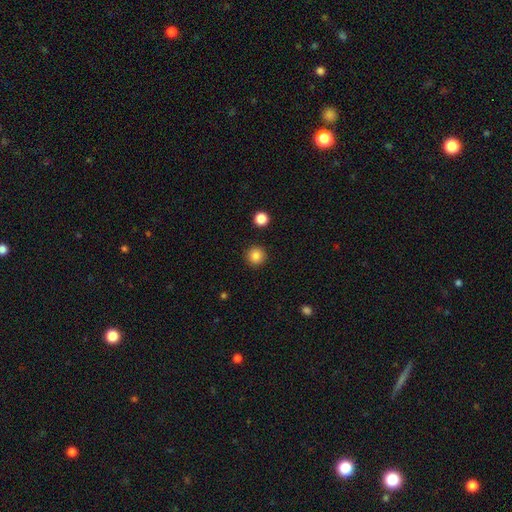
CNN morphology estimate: This is clearly a smooth galaxy (86%). How rounded: clearly round (95%). Merging: clearly none (92%).